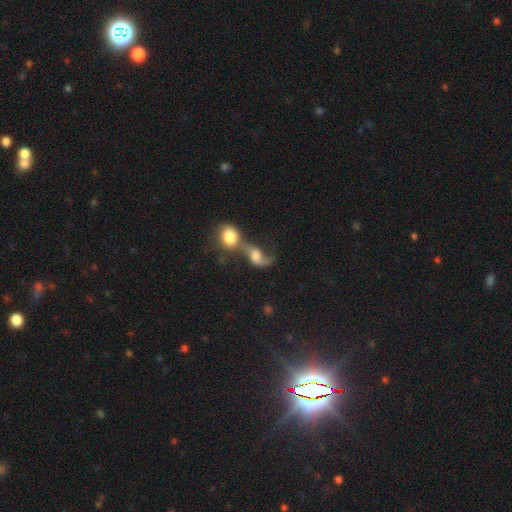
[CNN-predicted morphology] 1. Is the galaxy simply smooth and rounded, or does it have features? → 54% featured or disk, 35% smooth, 11% star or artifact.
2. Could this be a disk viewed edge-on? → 93% no, 7% yes.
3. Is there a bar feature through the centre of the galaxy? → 58% no, 31% weak, 11% strong.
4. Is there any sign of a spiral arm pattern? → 79% yes, 21% no.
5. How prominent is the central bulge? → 43% moderate, 29% large, 15% small, 8% none, 5% dominant.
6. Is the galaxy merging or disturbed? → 68% merger, 15% none, 10% major disturbance, 7% minor disturbance.